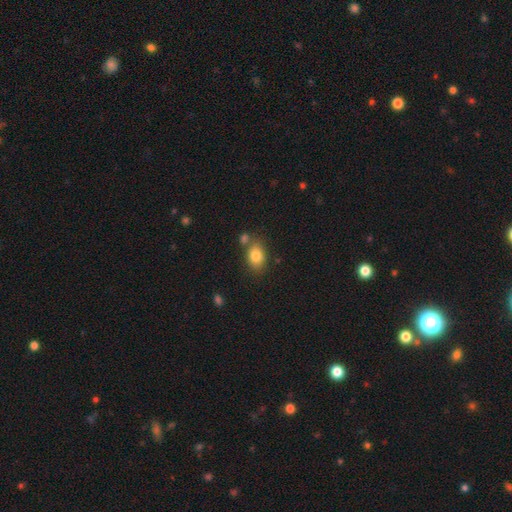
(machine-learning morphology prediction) The model was most divided on "merging": none: 67%, merger: 15%, minor disturbance: 15%, major disturbance: 4%. More confident: smooth or featured — smooth (82%); how rounded — in between (76%).